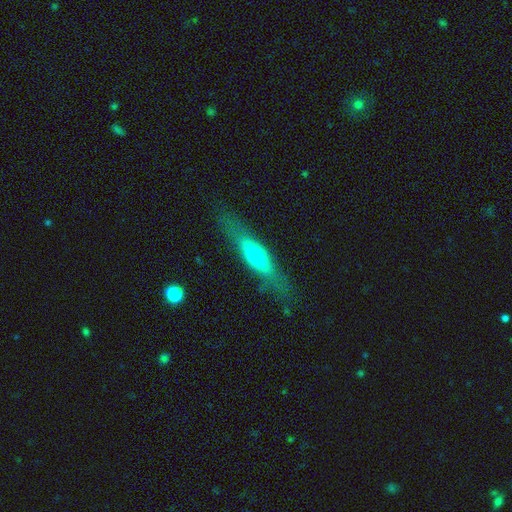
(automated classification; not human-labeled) Smooth or featured? featured or disk (47%)
Merging? none (69%)